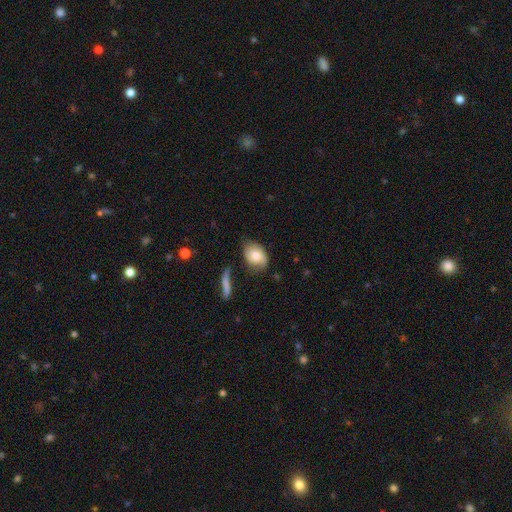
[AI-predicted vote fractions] Smooth or featured? smooth (69%)
How rounded? in between (77%)
Merging? none (58%)